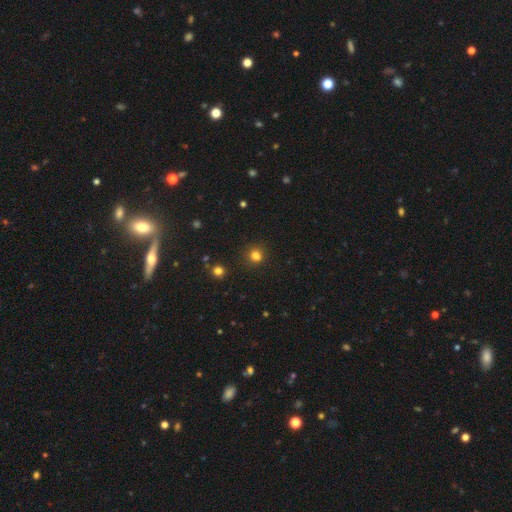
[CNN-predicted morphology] A smooth galaxy with no disk features (79%) that is round (78%).

Vote fractions:
- Smooth or featured? smooth: 79% / star or artifact: 16% / featured or disk: 5%
- How rounded? round: 78% / in between: 21% / cigar-shaped: 1%
- Merging? none: 82% / minor disturbance: 10% / merger: 5% / major disturbance: 3%